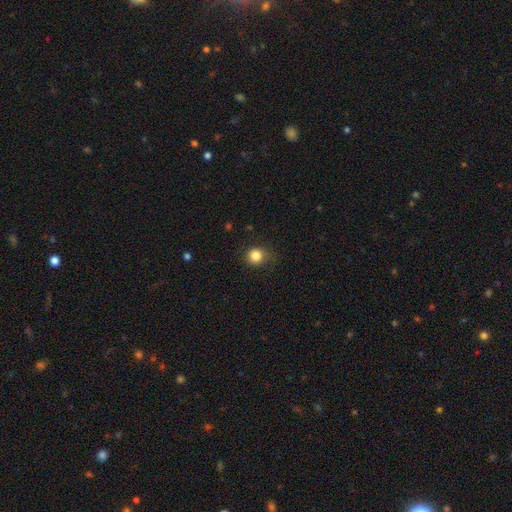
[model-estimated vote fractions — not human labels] A smooth galaxy with no disk features (84%) that is round (86%). Merging: none (76%).